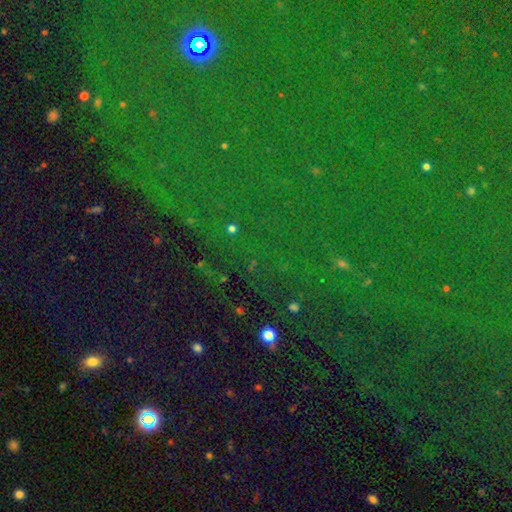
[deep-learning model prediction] smooth-or-featured: star or artifact: 84% | smooth: 8% | featured or disk: 7%